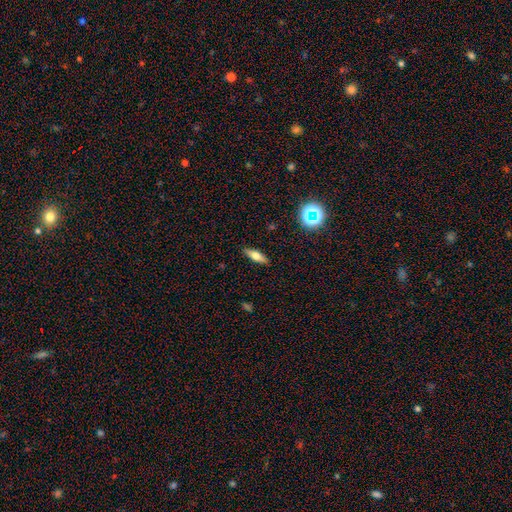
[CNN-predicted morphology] smooth_or_featured: smooth (p=0.58) [alt: featured or disk p=0.32]
how_rounded: in between (p=0.49) [alt: cigar-shaped p=0.47]
merging: none (p=0.89) [alt: minor disturbance p=0.08]